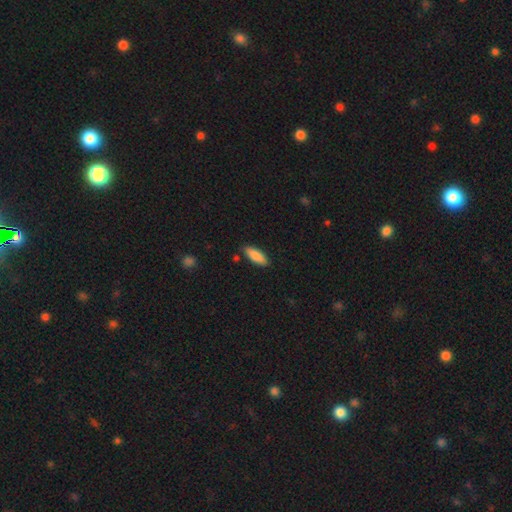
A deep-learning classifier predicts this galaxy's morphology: A smooth galaxy with no disk features (83%) that is in between round and cigar-shaped (68%). Merging: none (85%).